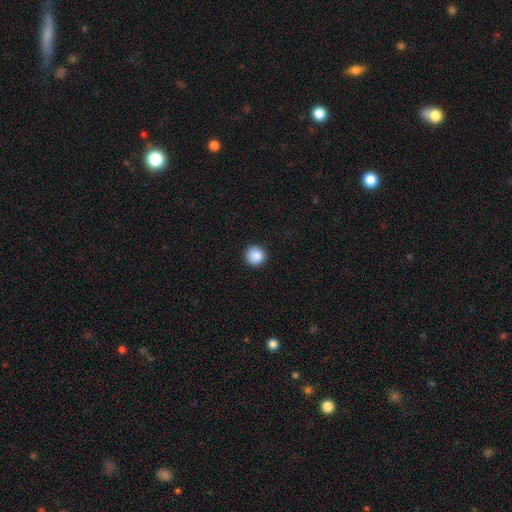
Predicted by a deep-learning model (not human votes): Morphology: type=smooth (88%); roundness=round (96%); merging=none (92%).